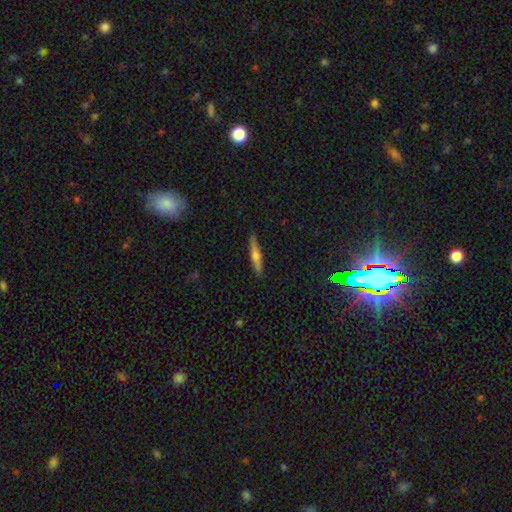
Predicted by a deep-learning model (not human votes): Smooth or featured? Predicted: smooth (p=0.50). Merging? Predicted: none (p=0.89).